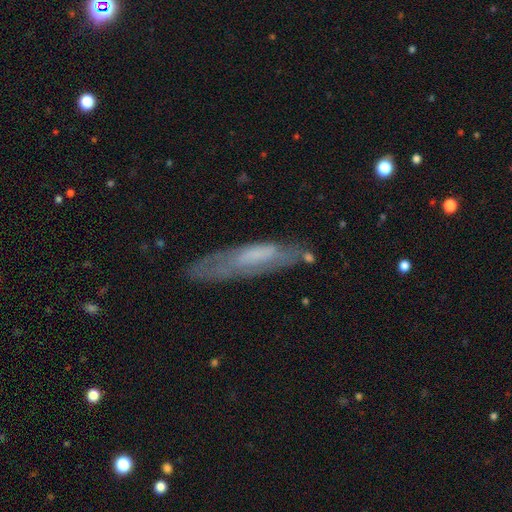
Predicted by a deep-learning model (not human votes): smooth-or-featured: featured or disk: 49% | smooth: 43% | star or artifact: 8%
  merging: none: 65% | minor disturbance: 23% | major disturbance: 9% | merger: 3%